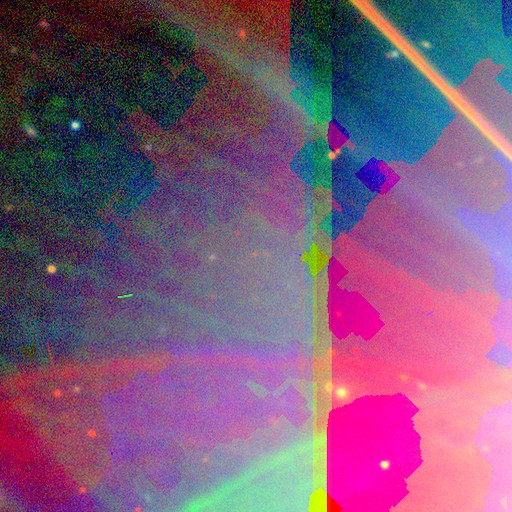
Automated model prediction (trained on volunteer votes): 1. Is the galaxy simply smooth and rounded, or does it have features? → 83% star or artifact, 10% featured or disk, 7% smooth.